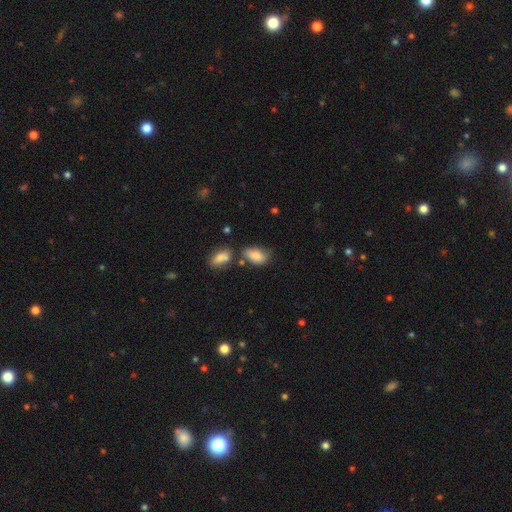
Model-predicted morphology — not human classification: This appears to be a smooth galaxy with no disk features (84%) that is in between round and cigar-shaped (91%). Merging: none (50%).